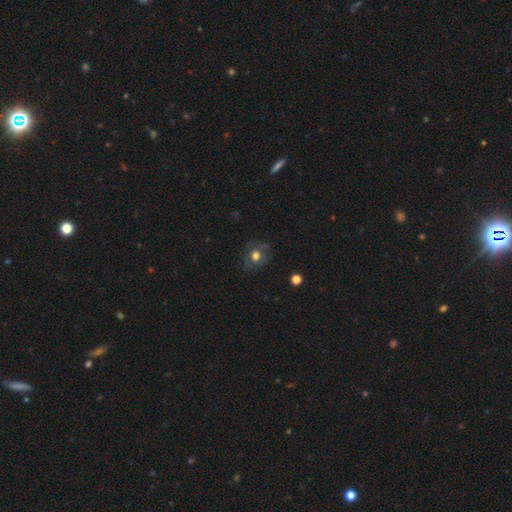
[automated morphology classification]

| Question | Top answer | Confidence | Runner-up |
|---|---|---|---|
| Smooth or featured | smooth | 53% | featured or disk (35%) |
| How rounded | round | 72% | in between (27%) |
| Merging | none | 74% | minor disturbance (17%) |